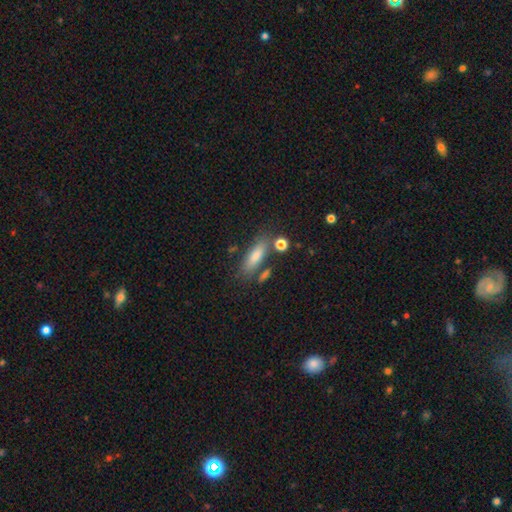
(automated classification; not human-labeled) smooth-or-featured: smooth: 73% | featured or disk: 18% | star or artifact: 9%
  how-rounded: cigar-shaped: 51% | in between: 45% | round: 3%
  merging: none: 71% | minor disturbance: 14% | merger: 9% | major disturbance: 5%